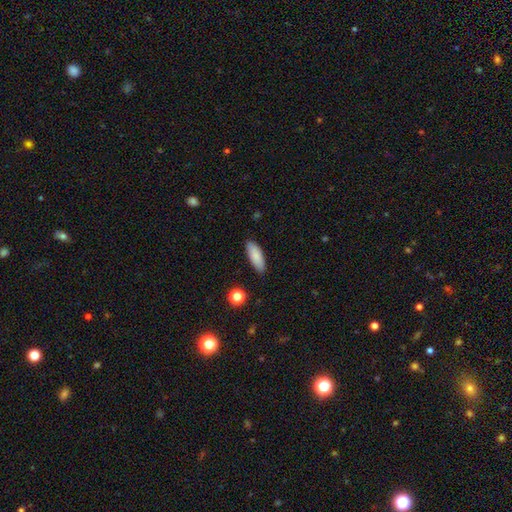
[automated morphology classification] Q: Smooth or featured?
A: smooth (86%); runner-up: featured or disk (8%)
Q: How rounded?
A: in between (68%); runner-up: cigar-shaped (30%)
Q: Merging?
A: none (87%); runner-up: minor disturbance (10%)